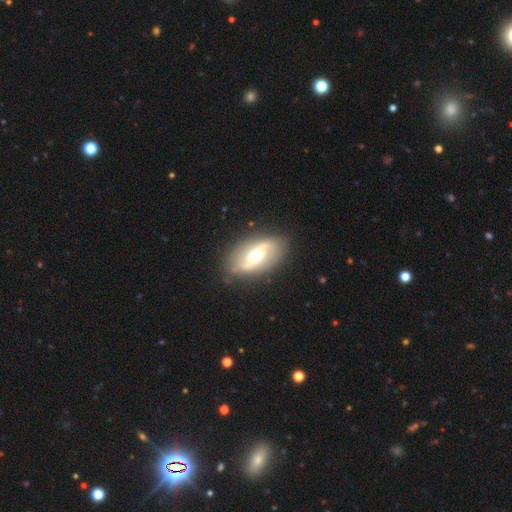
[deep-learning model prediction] featured or disk 63%, smooth 31%, star or artifact 6%. Down the decision tree: edge-on disk — no (87%); bar — strong (43%); spiral arms — yes (55%); bulge size — moderate (70%); merging — none (82%).